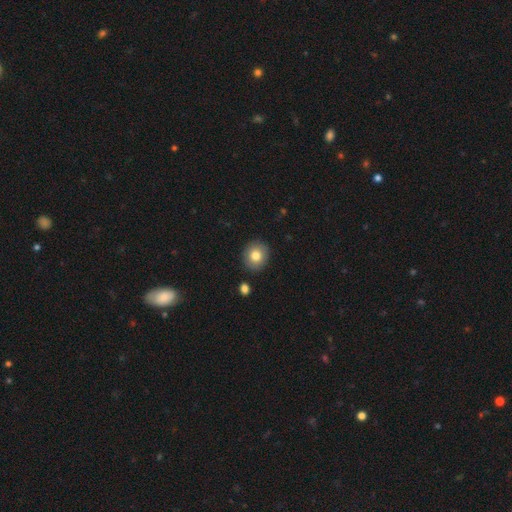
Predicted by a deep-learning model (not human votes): Morphology: type=smooth (79%); roundness=round (82%); merging=none (88%).